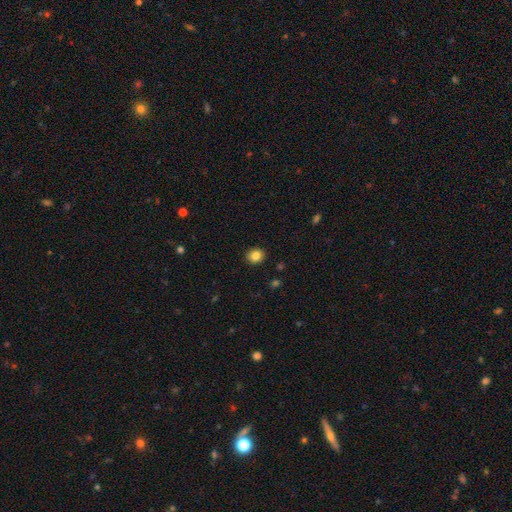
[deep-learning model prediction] The model was most divided on "how rounded": round: 73%, in between: 26%, cigar-shaped: 1%. More confident: merging — none (91%); smooth or featured — smooth (83%).